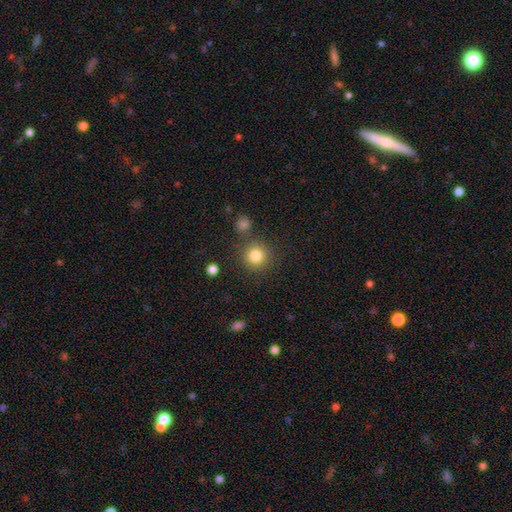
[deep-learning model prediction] This appears to be a smooth galaxy with no disk features (82%) that is round (94%). Merging: none (84%).